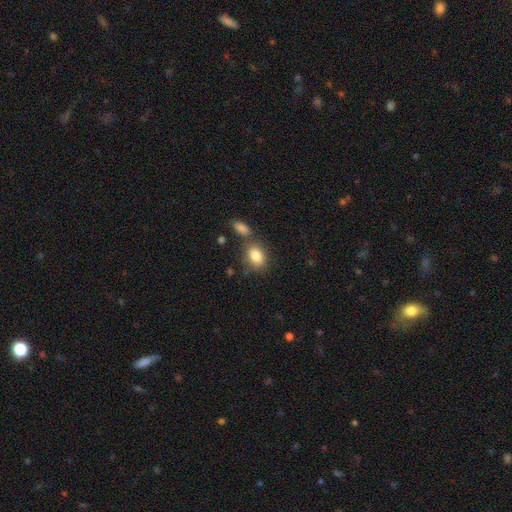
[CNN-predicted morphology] type=smooth (84%); roundness=in between (76%); merging=none (62%).